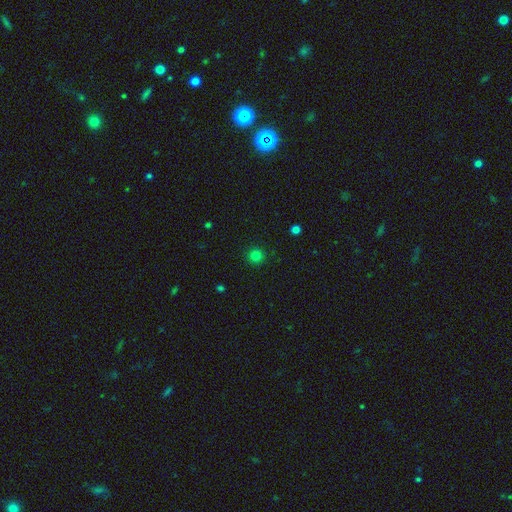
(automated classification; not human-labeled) Morphology: type=smooth (81%); roundness=round (95%); merging=none (92%).